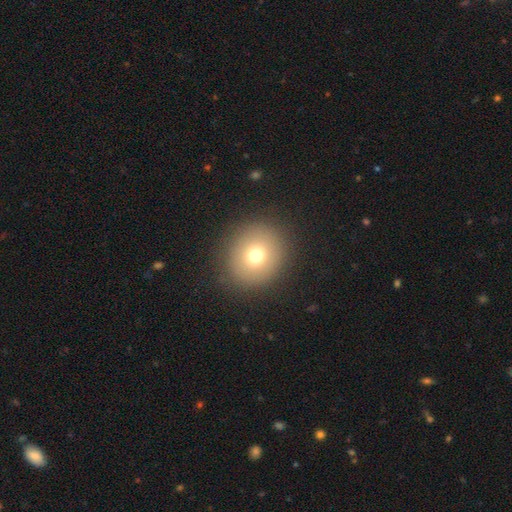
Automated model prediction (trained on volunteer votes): smooth_or_featured: smooth (p=0.72) [alt: featured or disk p=0.14]
how_rounded: round (p=0.87) [alt: in between p=0.12]
merging: none (p=0.89) [alt: minor disturbance p=0.07]